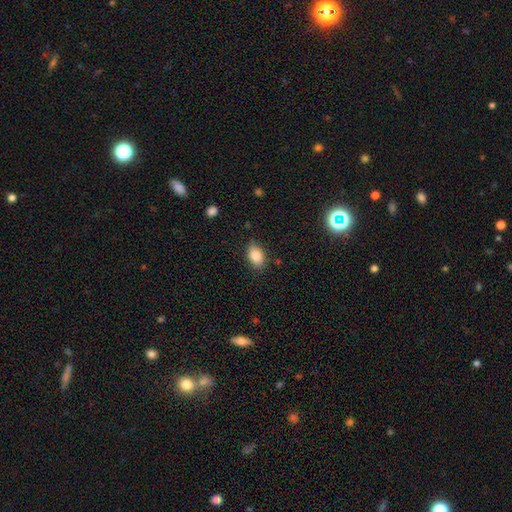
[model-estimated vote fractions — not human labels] Overall: smooth (85%). How rounded: in between (87%). Merging: none (84%).